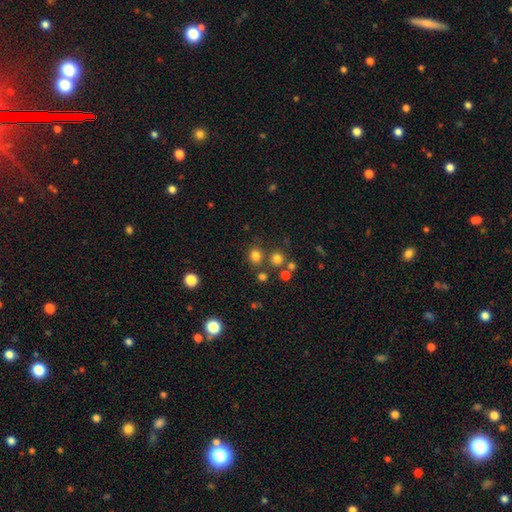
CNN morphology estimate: Q: Smooth or featured?
A: smooth (76%); runner-up: star or artifact (18%)
Q: How rounded?
A: round (81%); runner-up: in between (18%)
Q: Merging?
A: none (75%); runner-up: merger (12%)